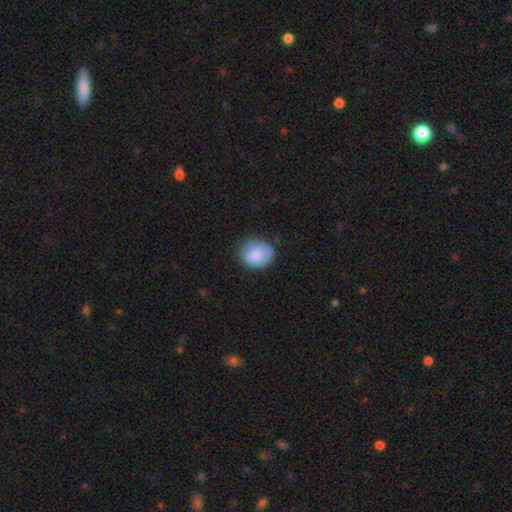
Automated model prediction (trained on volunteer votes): Smooth or featured? Predicted: smooth (p=0.75). How rounded? Predicted: round (p=0.64). Merging? Predicted: none (p=0.58).